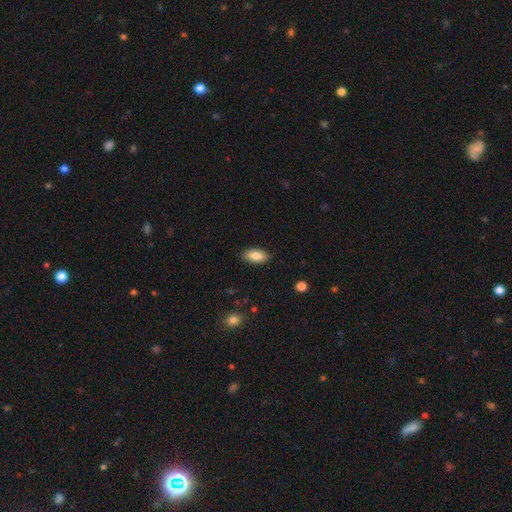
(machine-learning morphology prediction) A smooth galaxy with no disk features (85%) that is in between round and cigar-shaped (90%).

Vote fractions:
- Smooth or featured? smooth: 85% / featured or disk: 8% / star or artifact: 7%
- How rounded? in between: 90% / cigar-shaped: 8% / round: 3%
- Merging? none: 88% / minor disturbance: 9% / major disturbance: 2% / merger: 1%